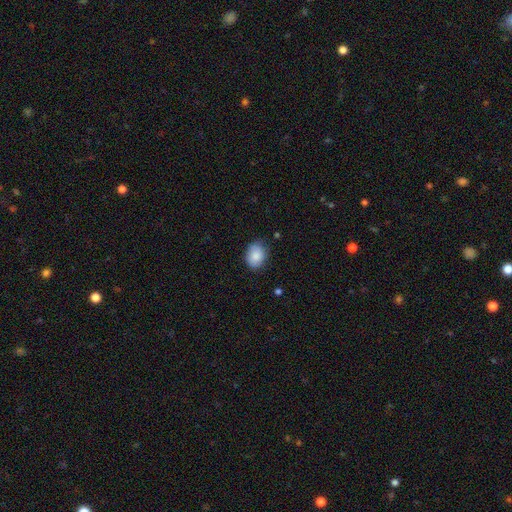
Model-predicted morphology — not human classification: type=smooth (86%); roundness=in between (69%); merging=none (77%).